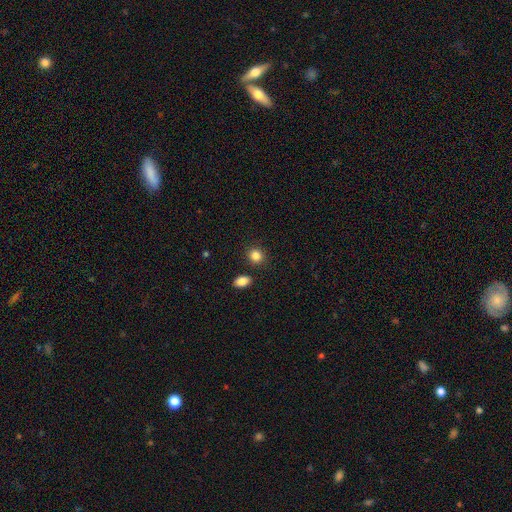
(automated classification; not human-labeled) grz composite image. It shows a smooth galaxy with no disk features (86%) that is round (75%). Merging: none (85%).